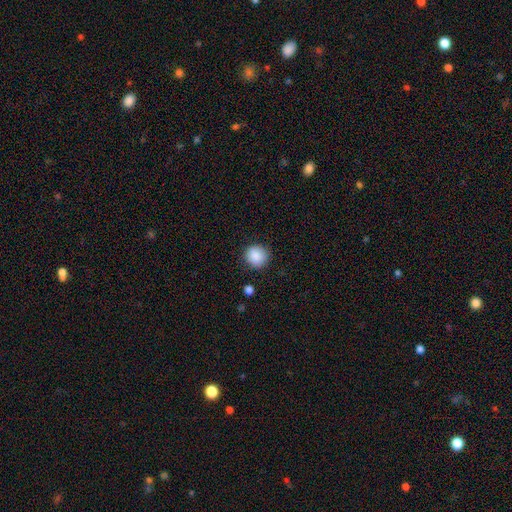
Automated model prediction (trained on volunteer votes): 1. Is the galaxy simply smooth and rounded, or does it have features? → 88% smooth, 8% star or artifact, 3% featured or disk.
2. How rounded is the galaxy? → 90% round, 9% in between, 1% cigar-shaped.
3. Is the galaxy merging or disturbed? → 87% none, 9% minor disturbance, 3% major disturbance, 2% merger.